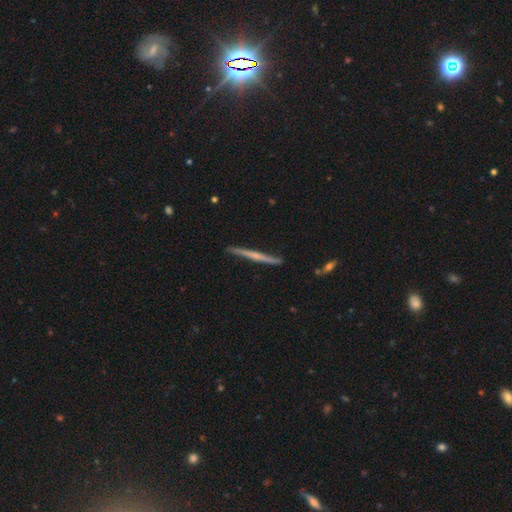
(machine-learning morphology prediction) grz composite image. It shows a featured or disk galaxy (65%) viewed edge-on (97%) with no central bulge (51%). Merging: none (88%).